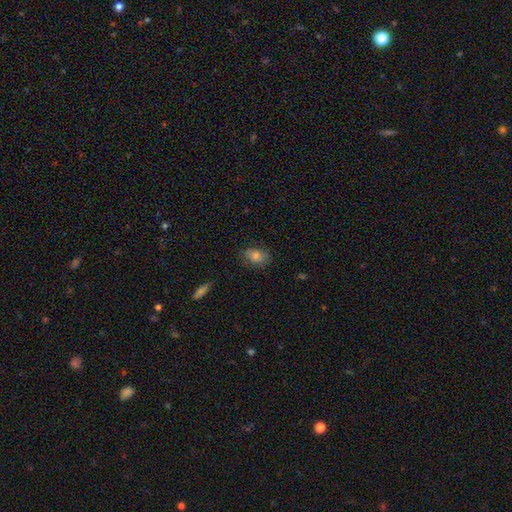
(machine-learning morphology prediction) smooth_or_featured: smooth (p=0.77) [alt: featured or disk p=0.12]
how_rounded: in between (p=0.75) [alt: round p=0.23]
merging: none (p=0.75) [alt: minor disturbance p=0.19]